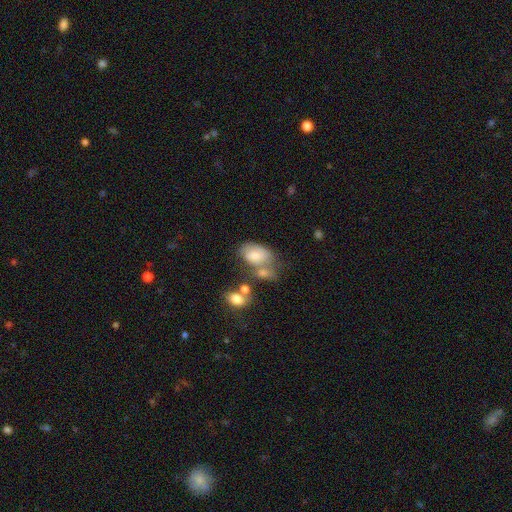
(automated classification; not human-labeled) This appears to be a smooth galaxy with no disk features (67%) that is in between round and cigar-shaped (87%). Merging: none (33%).